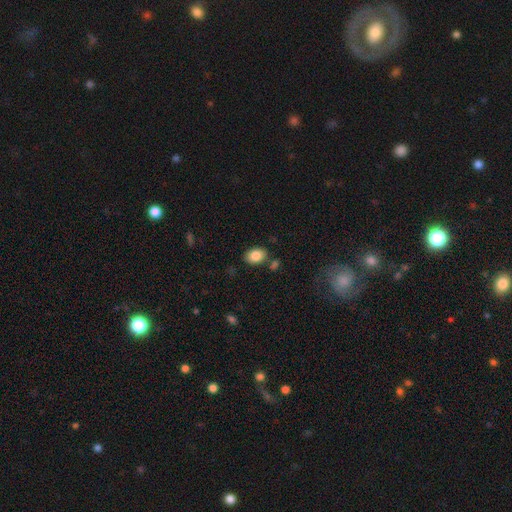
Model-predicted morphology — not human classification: This is clearly a smooth galaxy (85%). How rounded: likely in between (79%). Merging: likely none (79%).